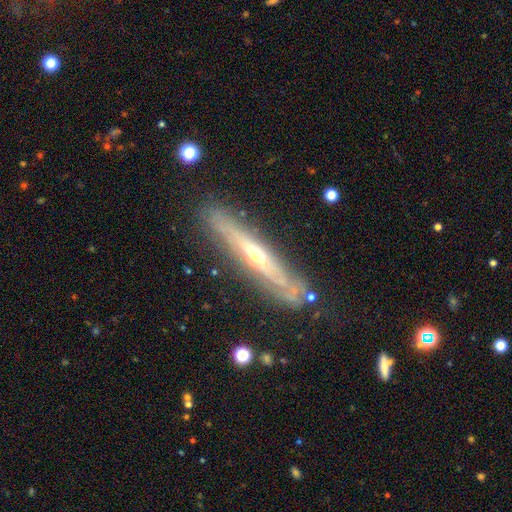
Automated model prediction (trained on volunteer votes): Smooth or featured?
  - featured or disk: 73% *
  - smooth: 21%
  - star or artifact: 6%
Edge-on disk?
  - yes: 77% *
  - no: 23%
Edge-on bulge?
  - rounded: 78% *
  - none: 19%
  - boxy: 4%
Merging?
  - none: 77% *
  - minor disturbance: 16%
  - major disturbance: 5%
  - merger: 2%